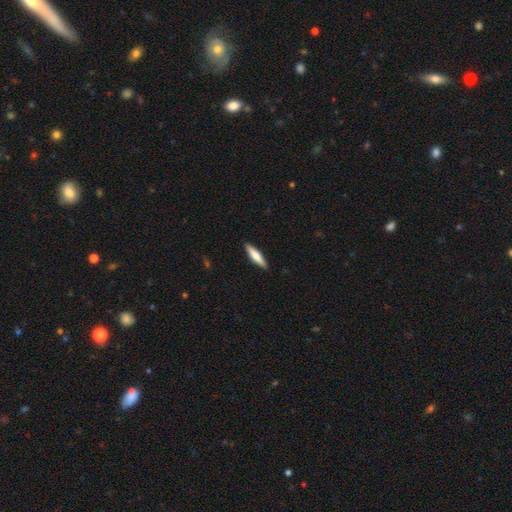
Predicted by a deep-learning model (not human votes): smooth 67%, featured or disk 28%, star or artifact 5%. Down the decision tree: how rounded — cigar-shaped (79%); merging — none (90%).